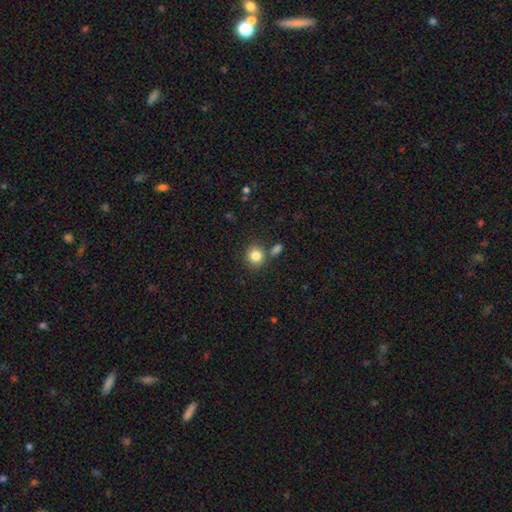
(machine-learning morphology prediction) smooth 83%, star or artifact 10%, featured or disk 7%. Down the decision tree: how rounded — round (84%); merging — none (75%).